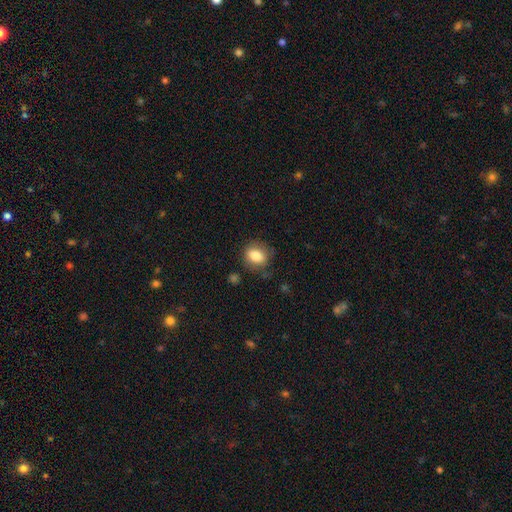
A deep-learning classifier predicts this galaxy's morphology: The model was most divided on "how rounded": round: 51%, in between: 48%, cigar-shaped: 1%. More confident: smooth or featured — smooth (80%); merging — none (77%).